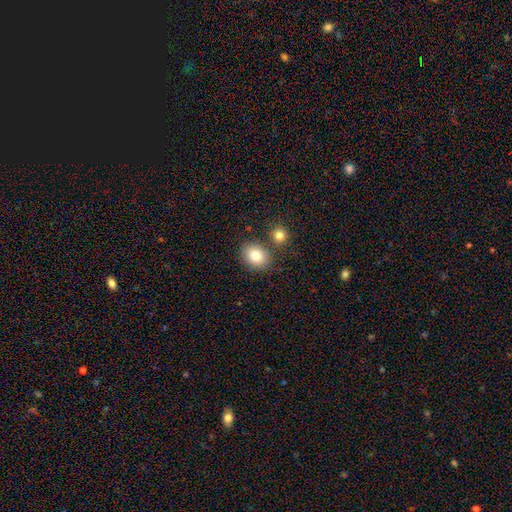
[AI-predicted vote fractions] smooth 82%, star or artifact 10%, featured or disk 9%. Down the decision tree: how rounded — round (54%); merging — none (75%).